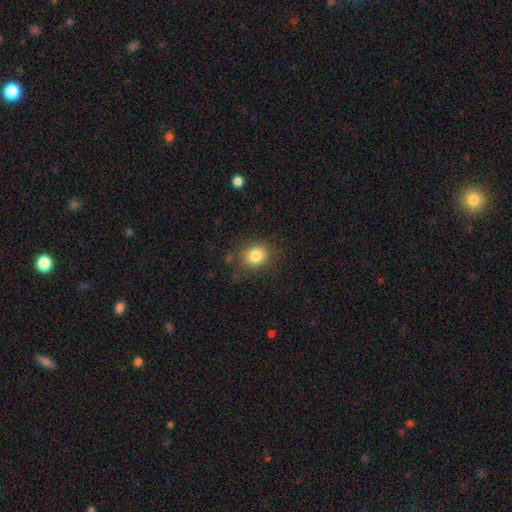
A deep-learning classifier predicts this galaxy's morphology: Smooth or featured: smooth — 82% (star or artifact — 11%)
How rounded: round — 59% (in between — 40%)
Merging: none — 80% (minor disturbance — 13%)